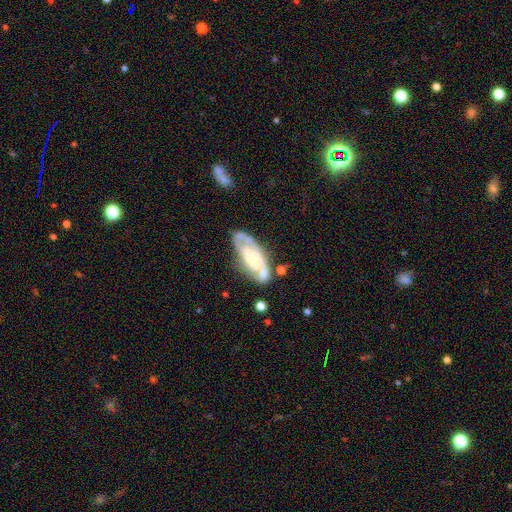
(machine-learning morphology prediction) Smooth or featured: featured or disk — 69% (smooth — 24%)
Edge-on disk: no — 85% (yes — 15%)
Bar: no — 63% (weak — 27%)
Spiral arms: yes — 71% (no — 29%)
Bulge size: moderate — 36% (large — 28%)
Merging: none — 55% (minor disturbance — 24%)